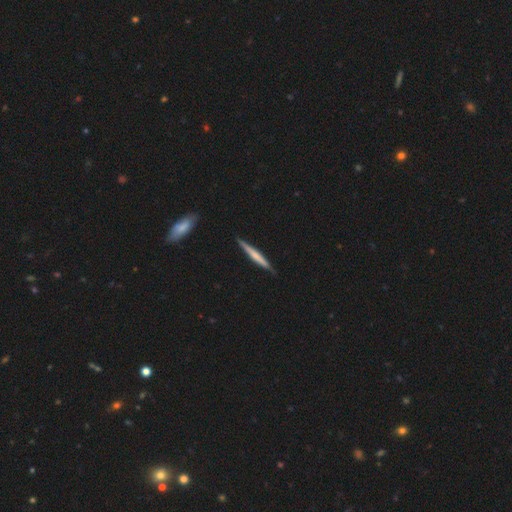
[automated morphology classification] smooth-or-featured: featured or disk: 51% | smooth: 44% | star or artifact: 5%
  disk-edge-on: yes: 97% | no: 3%
  merging: none: 89% | minor disturbance: 9% | major disturbance: 1% | merger: 1%